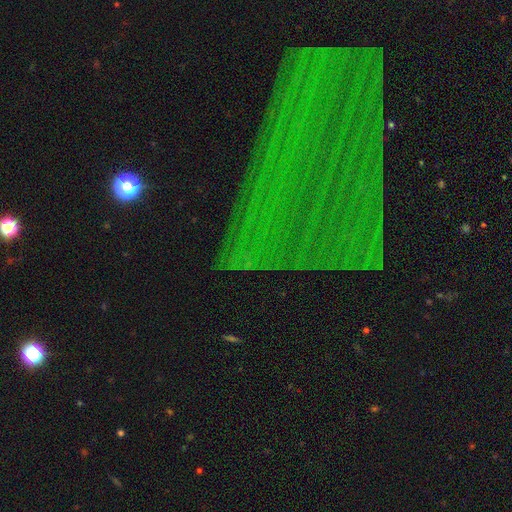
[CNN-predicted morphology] This appears to be a star or artifact, not a galaxy (72%).